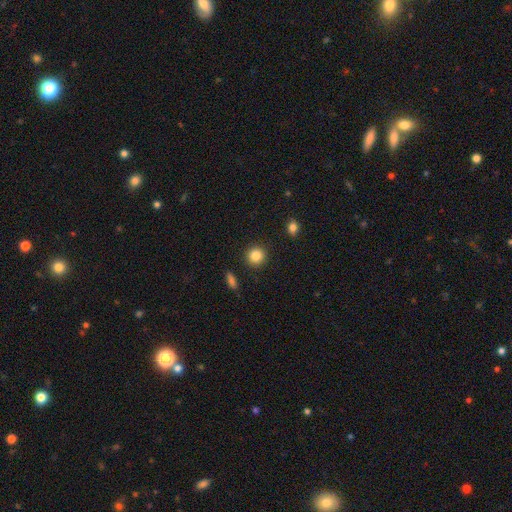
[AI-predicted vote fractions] smooth-or-featured: smooth: 85% | star or artifact: 10% | featured or disk: 5%
  how-rounded: round: 91% | in between: 8% | cigar-shaped: 1%
  merging: none: 91% | minor disturbance: 6% | major disturbance: 2% | merger: 2%